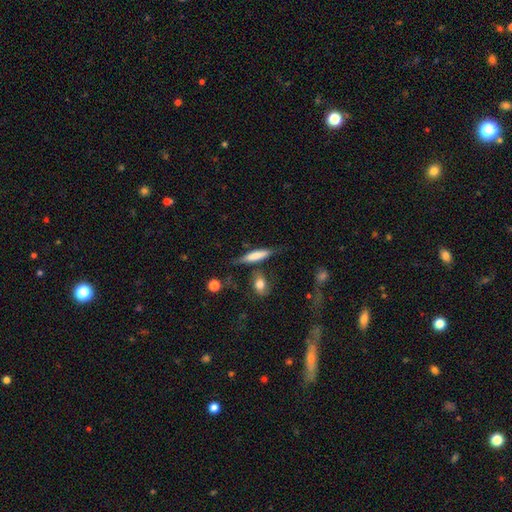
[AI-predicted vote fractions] Smooth or featured: smooth — 67% (featured or disk — 27%)
How rounded: cigar-shaped — 78% (in between — 20%)
Merging: none — 63% (minor disturbance — 22%)